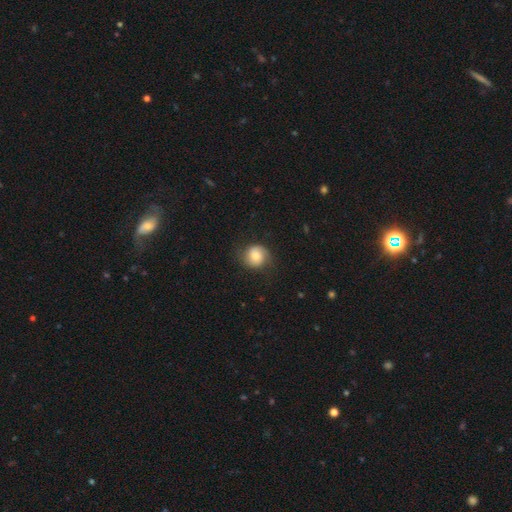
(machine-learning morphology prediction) Q: Smooth or featured?
A: smooth (62%); runner-up: featured or disk (30%)
Q: How rounded?
A: round (82%); runner-up: in between (17%)
Q: Merging?
A: none (73%); runner-up: minor disturbance (18%)